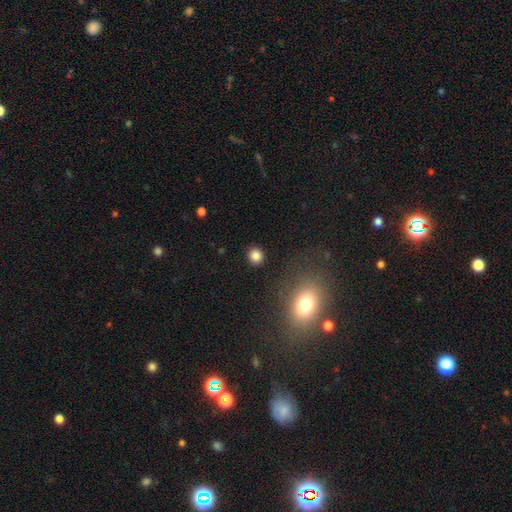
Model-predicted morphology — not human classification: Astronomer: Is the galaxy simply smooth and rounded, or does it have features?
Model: smooth — 85%.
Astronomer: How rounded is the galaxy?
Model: round — 88%.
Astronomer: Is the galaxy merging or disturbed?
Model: none — 90%.